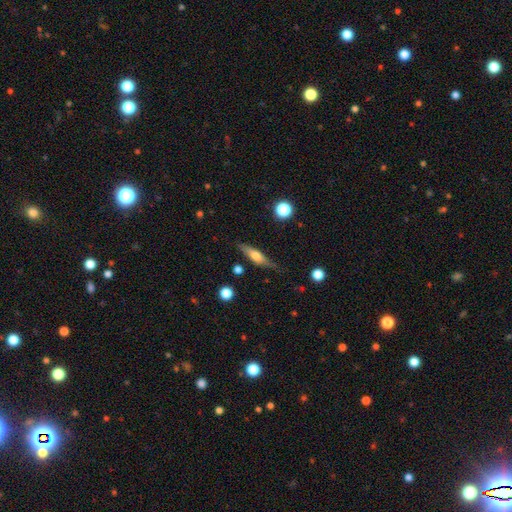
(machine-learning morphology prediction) Overall: featured or disk (50%; smooth 43%). Edge-on disk: yes (90%). Merging: none (78%).